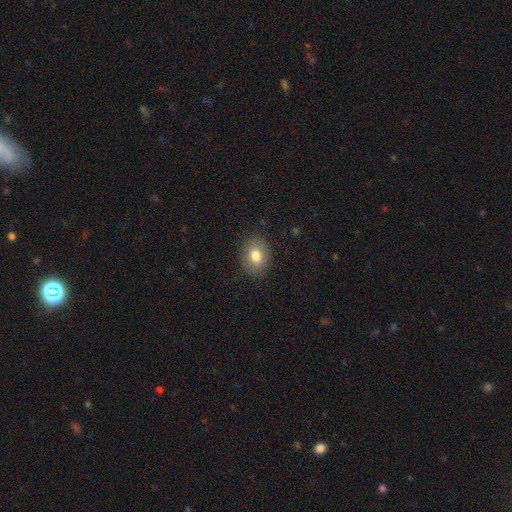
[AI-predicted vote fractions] Smooth or featured? Predicted: smooth (p=0.79). How rounded? Predicted: in between (p=0.64). Merging? Predicted: none (p=0.86).